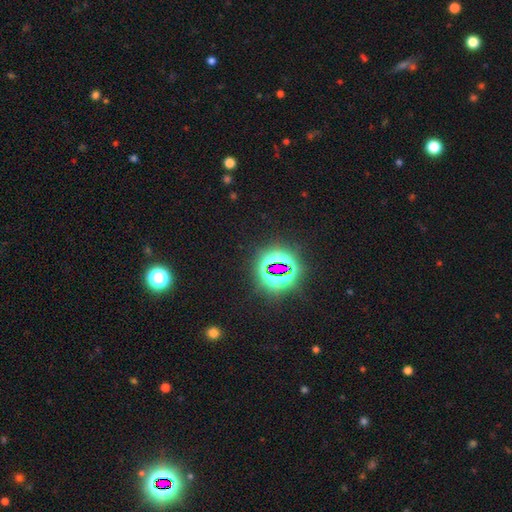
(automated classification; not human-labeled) smooth-or-featured: star or artifact: 79% | smooth: 12% | featured or disk: 8%